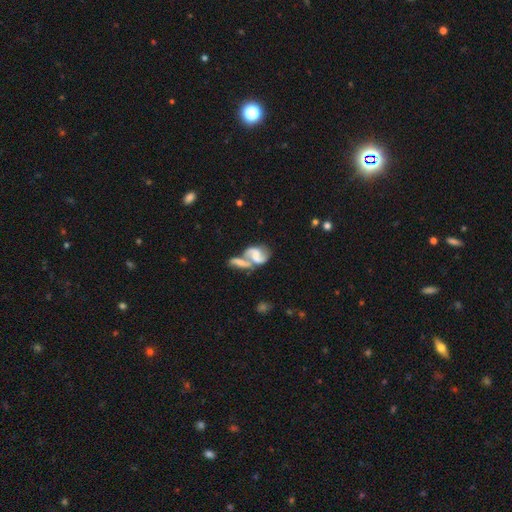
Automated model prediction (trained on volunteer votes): A featured or disk galaxy (67%) with no bar (52%), 2 (80%) loose (50%) spiral arms (79%) and no central bulge (43%). Merging: merger (61%).